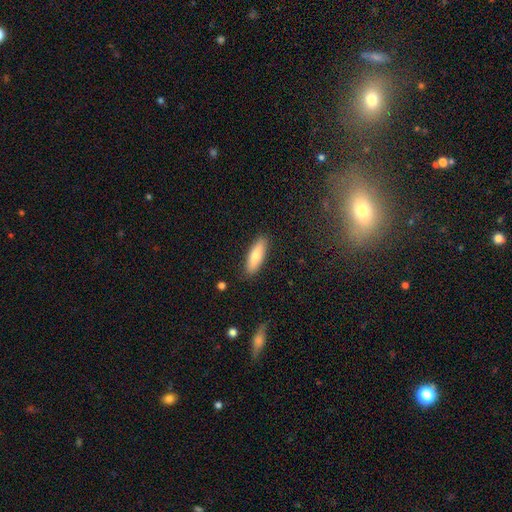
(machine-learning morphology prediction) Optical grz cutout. It shows a smooth galaxy with no disk features (75%) that is cigar-shaped (56%). Merging: none (88%).